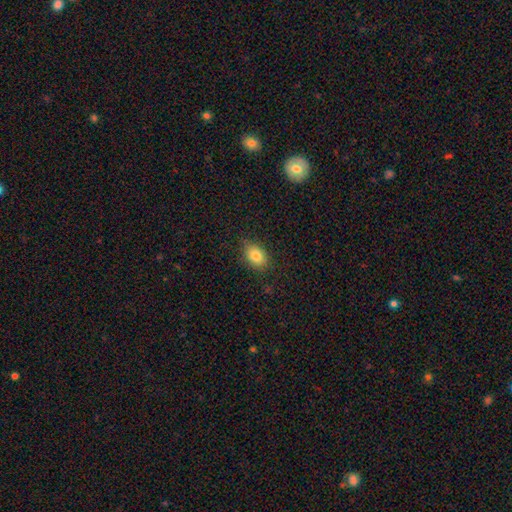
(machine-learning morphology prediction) This appears to be a smooth galaxy with no disk features (83%) that is in between round and cigar-shaped (78%). Merging: none (83%).